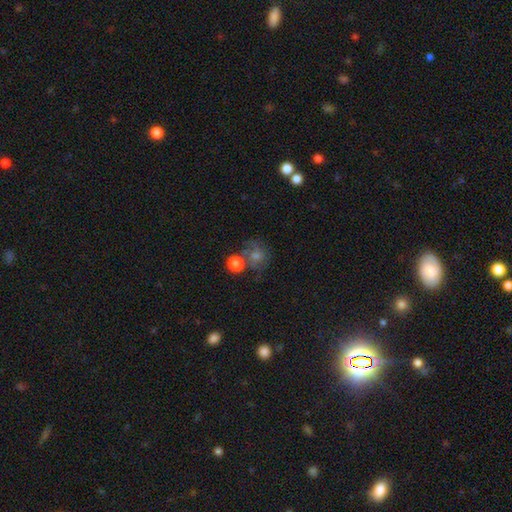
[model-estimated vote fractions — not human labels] Smooth or featured: smooth — 46% (featured or disk — 29%)
Merging: none — 57% (minor disturbance — 17%)